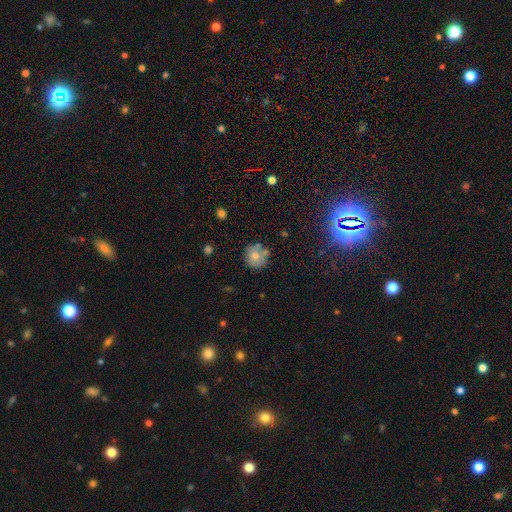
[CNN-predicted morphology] This is likely a smooth galaxy (70%). How rounded: clearly round (91%). Merging: likely none (71%).